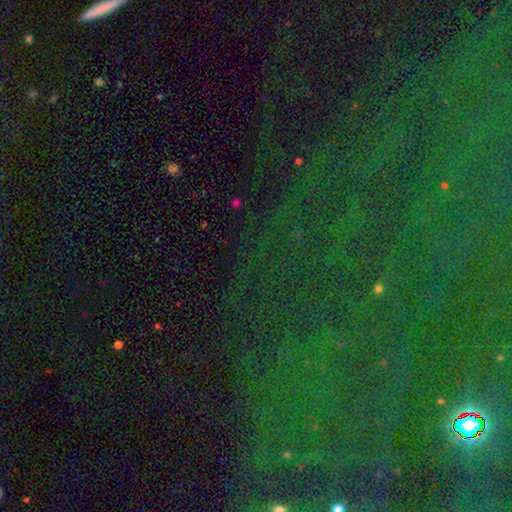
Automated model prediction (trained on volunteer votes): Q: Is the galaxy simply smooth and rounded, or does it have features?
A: star or artifact — 79%.